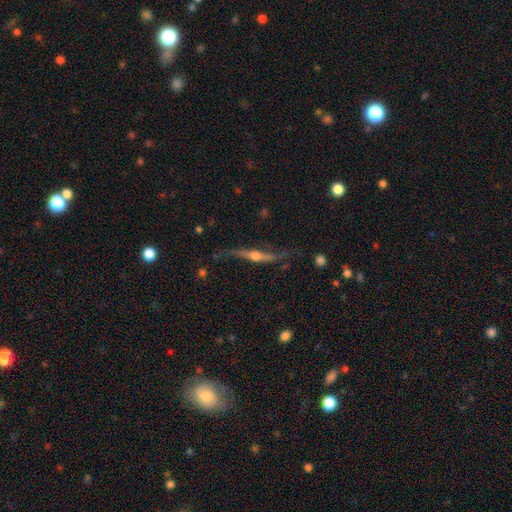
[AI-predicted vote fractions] This is likely a featured or disk galaxy (78%). It is clearly viewed edge-on (87%). Edge-on bulge: clearly rounded (91%). Merging: likely none (61%).